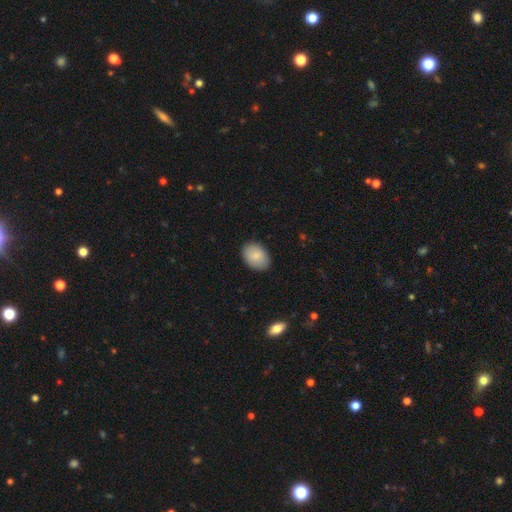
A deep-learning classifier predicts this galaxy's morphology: Smooth or featured? smooth (87%)
How rounded? in between (82%)
Merging? none (87%)